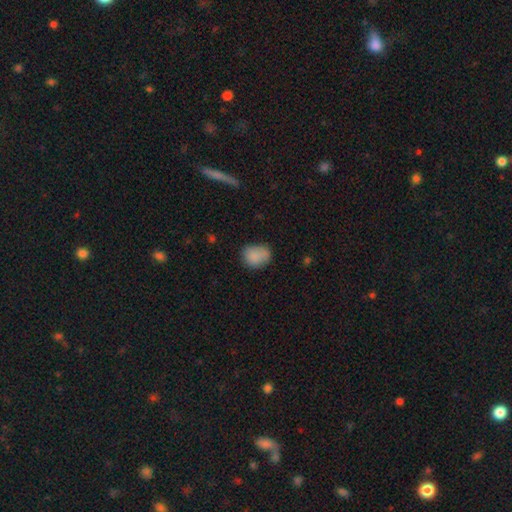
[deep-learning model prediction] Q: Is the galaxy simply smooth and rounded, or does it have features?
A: smooth — 85%.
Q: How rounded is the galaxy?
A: in between — 53%.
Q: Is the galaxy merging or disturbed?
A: none — 65%.